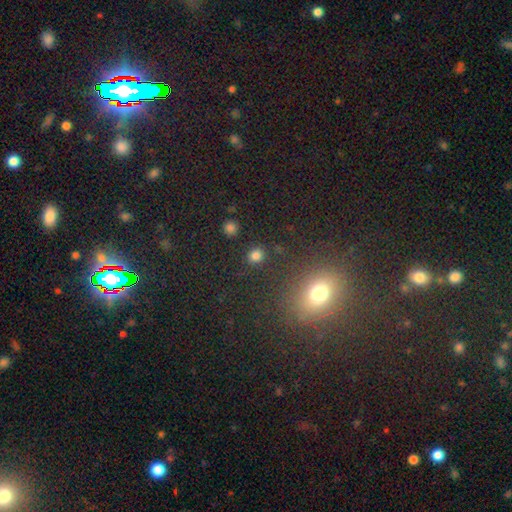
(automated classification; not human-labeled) This is likely a smooth galaxy (80%). How rounded: likely round (79%). Merging: clearly none (86%).